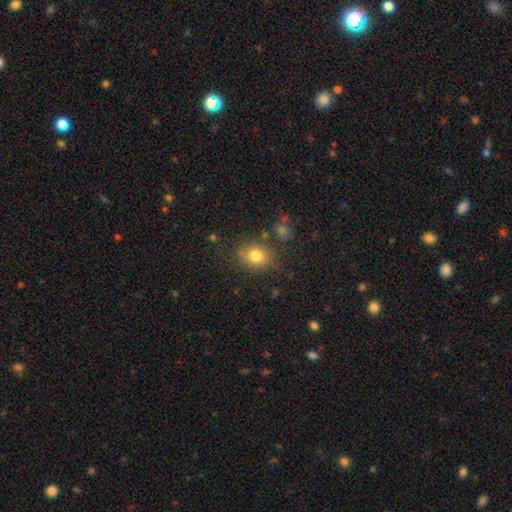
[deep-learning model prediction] This is likely a smooth galaxy (80%). How rounded: possibly in between (53%). Merging: likely none (77%).